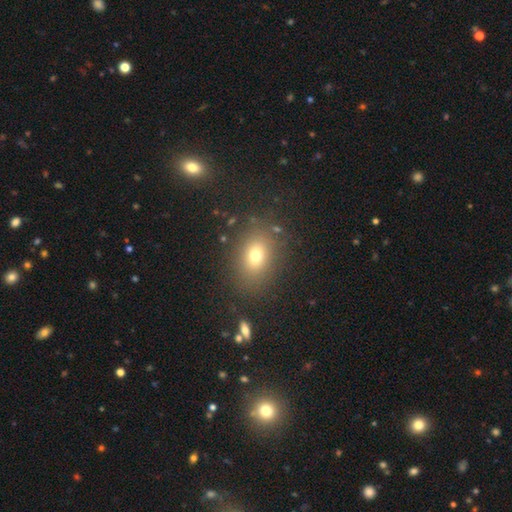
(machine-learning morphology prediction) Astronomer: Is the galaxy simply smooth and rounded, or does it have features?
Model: smooth — 72%.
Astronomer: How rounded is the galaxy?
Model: in between — 65%.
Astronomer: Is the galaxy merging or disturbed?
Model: none — 83%.